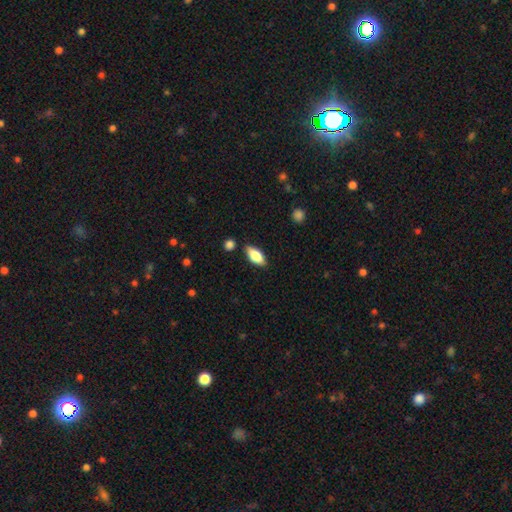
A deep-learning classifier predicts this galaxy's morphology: Smooth or featured? smooth (78%)
How rounded? in between (85%)
Merging? none (81%)